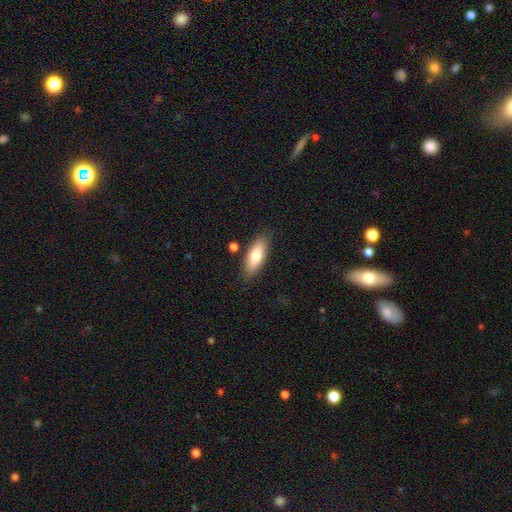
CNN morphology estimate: Smooth or featured? smooth (76%)
How rounded? in between (69%)
Merging? none (83%)